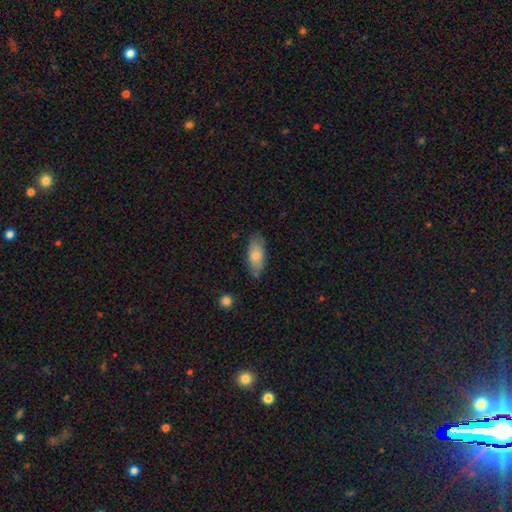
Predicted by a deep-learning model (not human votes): Smooth or featured? smooth (74%)
How rounded? in between (82%)
Merging? none (80%)